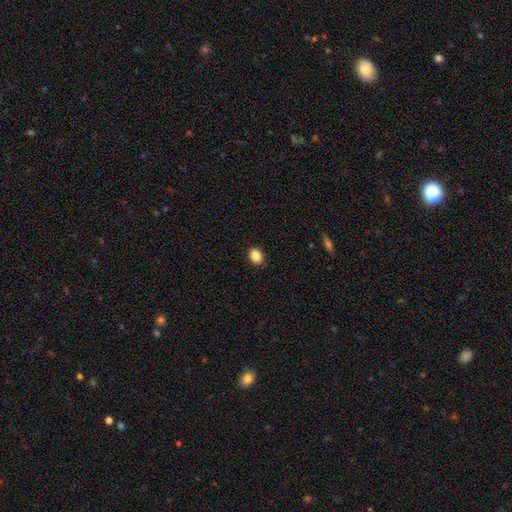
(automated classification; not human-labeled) This is clearly a smooth galaxy (88%). How rounded: possibly in between (56%). Merging: clearly none (89%).